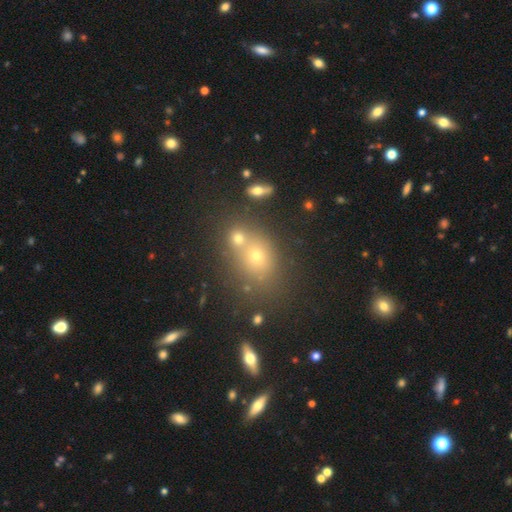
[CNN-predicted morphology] Q: Smooth or featured?
A: smooth (55%); runner-up: star or artifact (28%)
Q: How rounded?
A: round (59%); runner-up: in between (39%)
Q: Merging?
A: none (56%); runner-up: merger (31%)